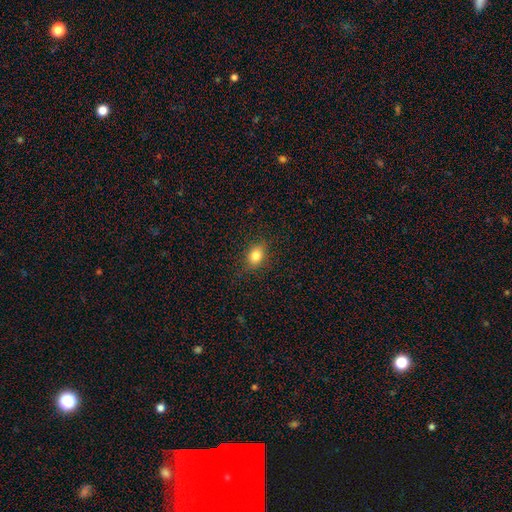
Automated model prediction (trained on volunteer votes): This appears to be a smooth galaxy with no disk features (83%) that is in between round and cigar-shaped (66%). Merging: none (85%).